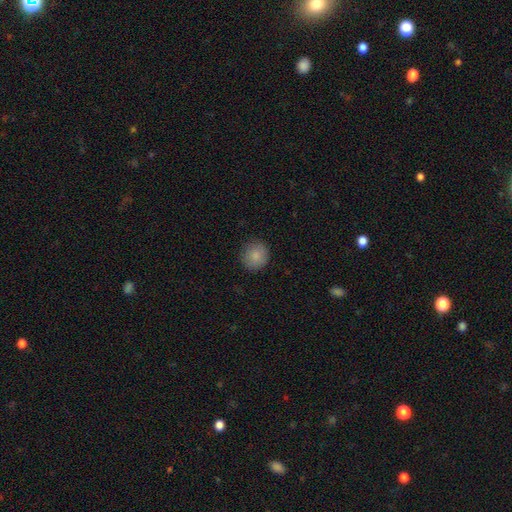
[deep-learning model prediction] Morphology: type=smooth (86%); roundness=round (88%); merging=none (87%).